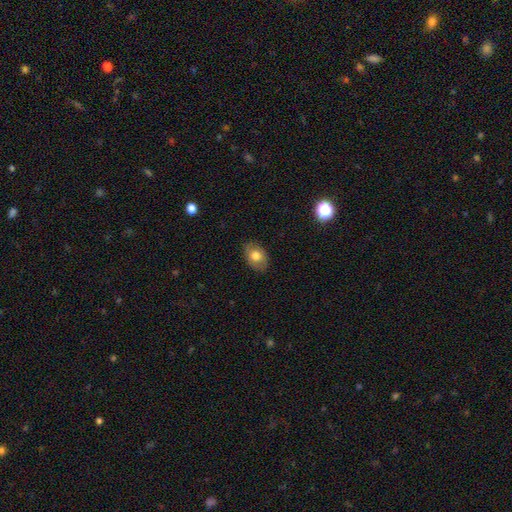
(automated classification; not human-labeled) smooth-or-featured: smooth: 71% | featured or disk: 21% | star or artifact: 8%
  how-rounded: in between: 77% | round: 21% | cigar-shaped: 1%
  merging: none: 82% | minor disturbance: 14% | major disturbance: 3% | merger: 1%